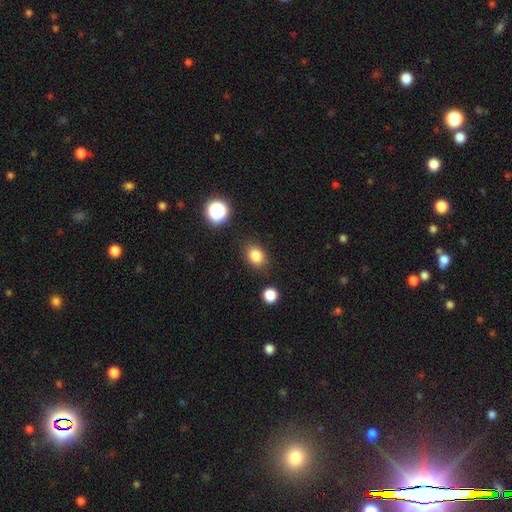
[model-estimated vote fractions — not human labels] Overall: smooth (83%). How rounded: in between (60%; round 39%). Merging: none (83%).